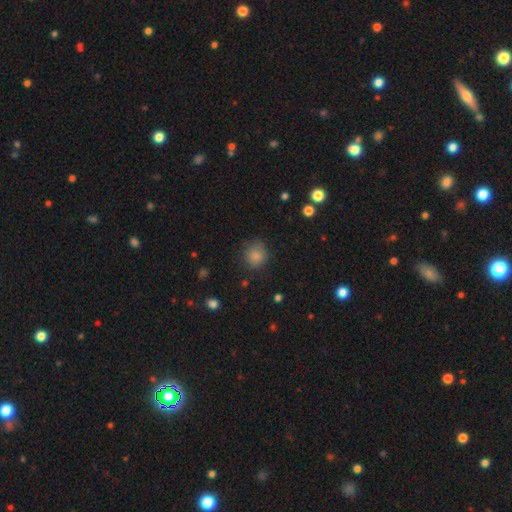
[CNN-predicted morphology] Q: Smooth or featured?
A: smooth (84%); runner-up: star or artifact (11%)
Q: How rounded?
A: round (86%); runner-up: in between (13%)
Q: Merging?
A: none (79%); runner-up: minor disturbance (16%)